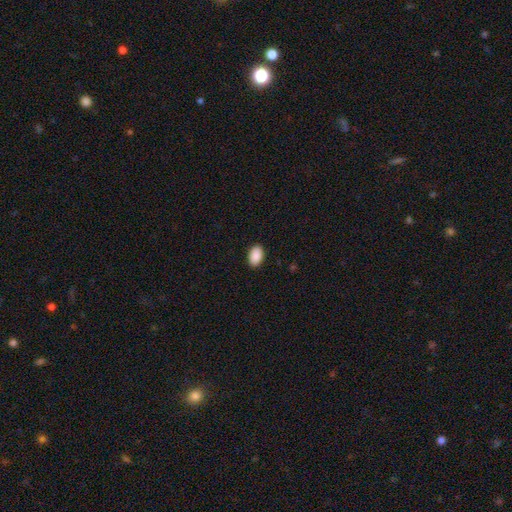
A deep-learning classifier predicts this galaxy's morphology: smooth-or-featured: smooth: 91% | star or artifact: 7% | featured or disk: 3%
  how-rounded: in between: 92% | round: 7% | cigar-shaped: 1%
  merging: none: 90% | minor disturbance: 8% | major disturbance: 2% | merger: 1%